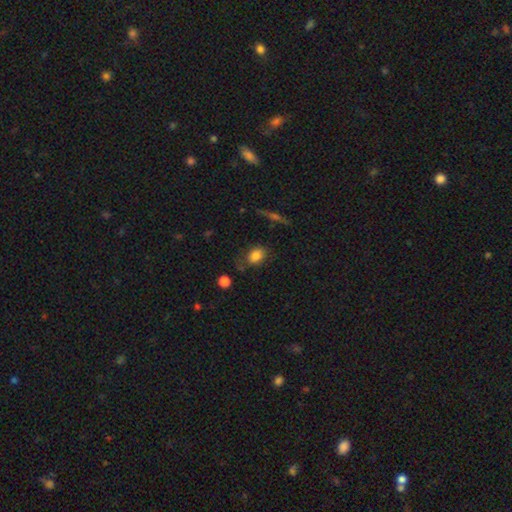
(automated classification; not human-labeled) smooth 82%, star or artifact 10%, featured or disk 9%. Down the decision tree: how rounded — in between (70%); merging — none (65%).